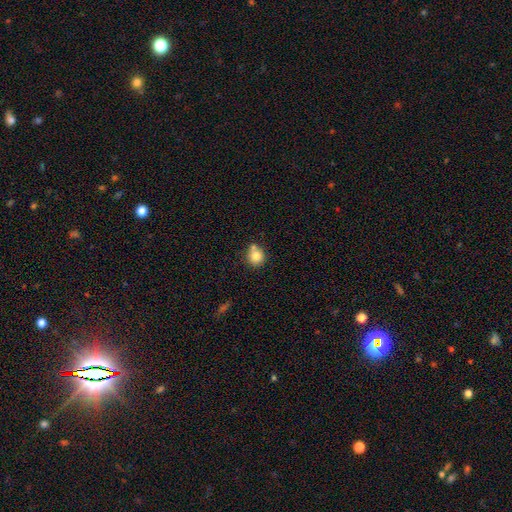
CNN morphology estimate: type=smooth (80%); roundness=round (88%); merging=none (61%).